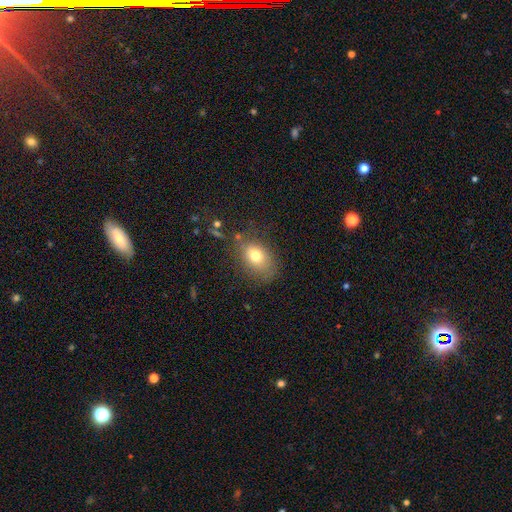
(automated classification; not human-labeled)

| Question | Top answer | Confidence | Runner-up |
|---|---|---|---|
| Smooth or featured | smooth | 74% | featured or disk (14%) |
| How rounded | in between | 75% | round (24%) |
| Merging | none | 69% | minor disturbance (20%) |